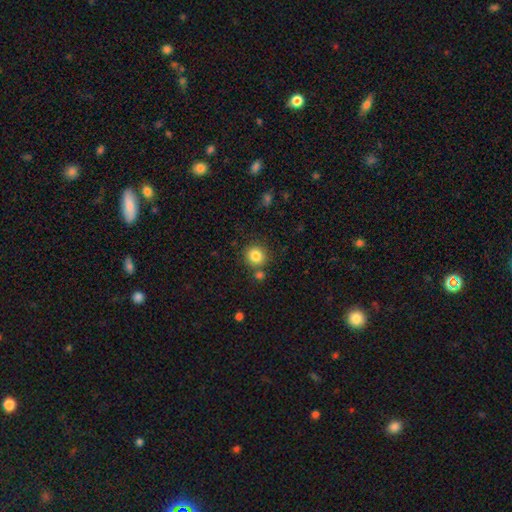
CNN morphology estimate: Smooth or featured? smooth (83%)
How rounded? round (88%)
Merging? none (78%)